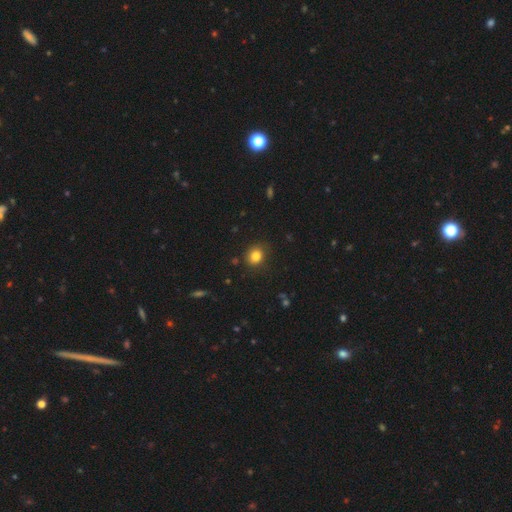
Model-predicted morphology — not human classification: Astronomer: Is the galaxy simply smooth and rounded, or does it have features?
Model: smooth — 82%.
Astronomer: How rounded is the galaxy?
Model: round — 69%.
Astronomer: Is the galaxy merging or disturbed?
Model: none — 86%.